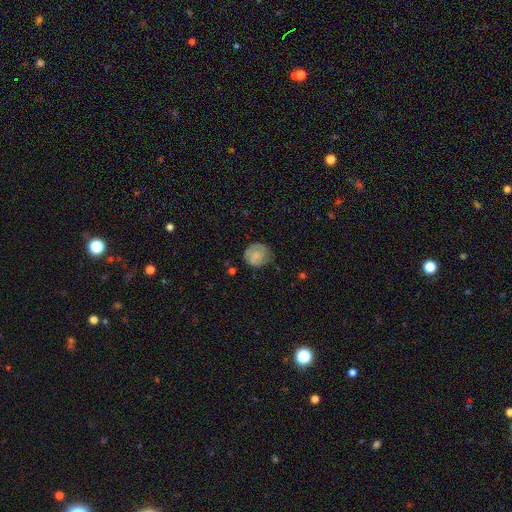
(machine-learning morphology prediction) Smooth or featured: smooth — 69% (featured or disk — 23%)
How rounded: round — 80% (in between — 19%)
Merging: none — 61% (minor disturbance — 28%)